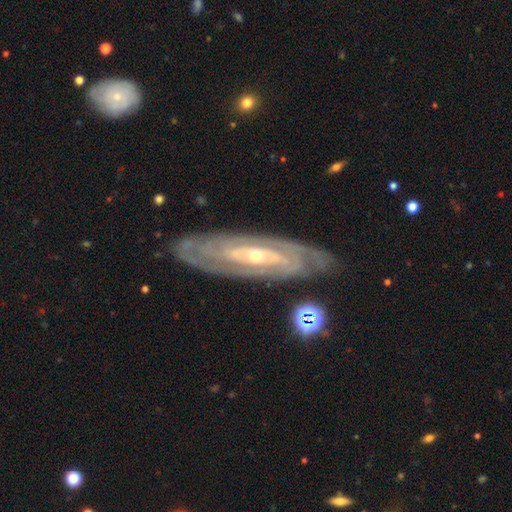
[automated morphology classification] A featured or disk galaxy (88%) with no bar (39%), tight (77%) spiral arms (93%) and a small central bulge (66%).

Vote fractions:
- Smooth or featured? featured or disk: 88% / smooth: 7% / star or artifact: 5%
- Edge-on disk? no: 83% / yes: 17%
- Bar? no: 39% / weak: 33% / strong: 28%
- Spiral arms? yes: 93% / no: 7%
- Spiral winding? tight: 77% / medium: 19% / loose: 4%
- Spiral arm count? can't tell: 40% / 2: 25% / 3: 12% / 4: 10% / more than 4: 7% / 1: 5%
- Bulge size? small: 66% / moderate: 31% / large: 1% / none: 1% / dominant: 1%
- Merging? none: 83% / minor disturbance: 12% / major disturbance: 3% / merger: 2%